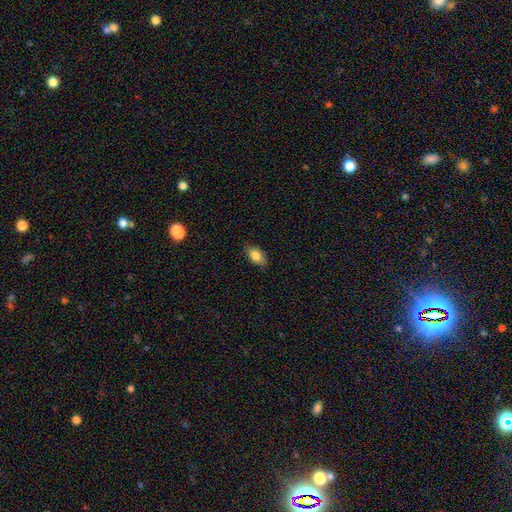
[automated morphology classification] This appears to be a smooth galaxy with no disk features (83%) that is in between round and cigar-shaped (89%). Merging: none (82%).